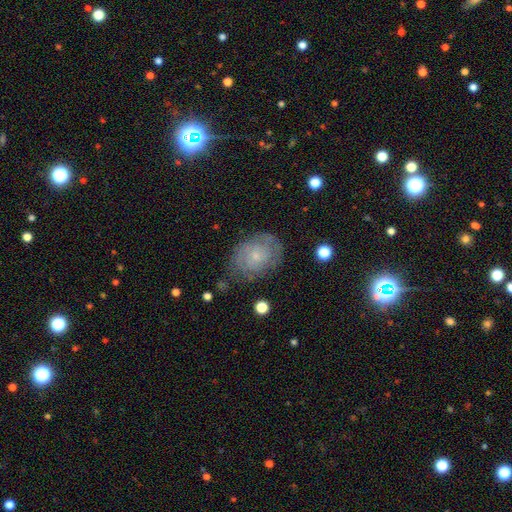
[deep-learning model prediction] Q: Smooth or featured?
A: featured or disk (66%); runner-up: smooth (25%)
Q: Edge-on disk?
A: no (97%); runner-up: yes (3%)
Q: Bar?
A: no (79%); runner-up: weak (19%)
Q: Spiral arms?
A: yes (85%); runner-up: no (15%)
Q: Spiral winding?
A: tight (66%); runner-up: medium (26%)
Q: Spiral arm count?
A: can't tell (47%); runner-up: 2 (27%)
Q: Bulge size?
A: small (78%); runner-up: moderate (15%)
Q: Merging?
A: none (70%); runner-up: minor disturbance (20%)